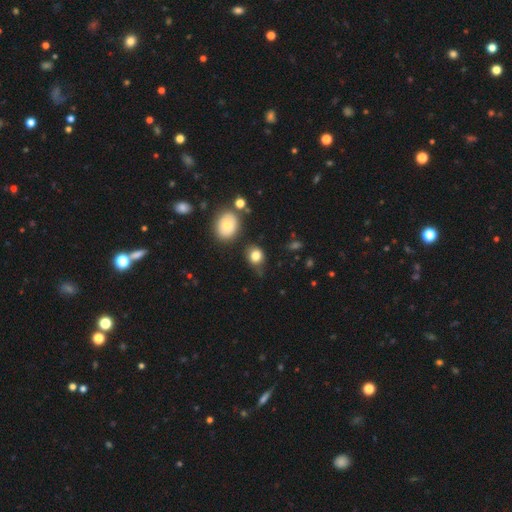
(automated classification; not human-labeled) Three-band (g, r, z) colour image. It shows a smooth galaxy with no disk features (80%) that is round (70%). Merging: none (67%).